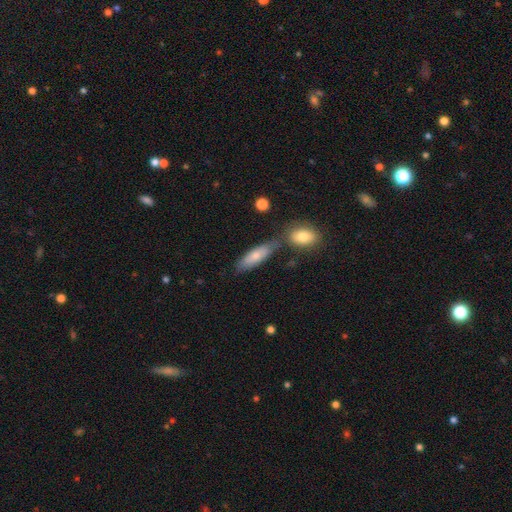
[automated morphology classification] Smooth or featured? Predicted: smooth (p=0.73). How rounded? Predicted: in between (p=0.50). Merging? Predicted: none (p=0.63).